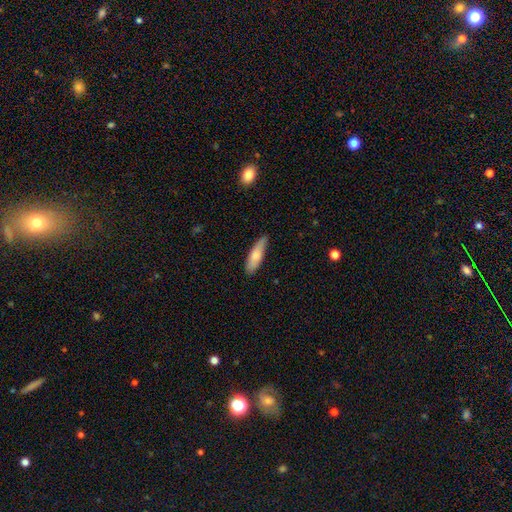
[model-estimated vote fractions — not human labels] Smooth or featured? smooth (75%)
How rounded? cigar-shaped (59%)
Merging? none (74%)